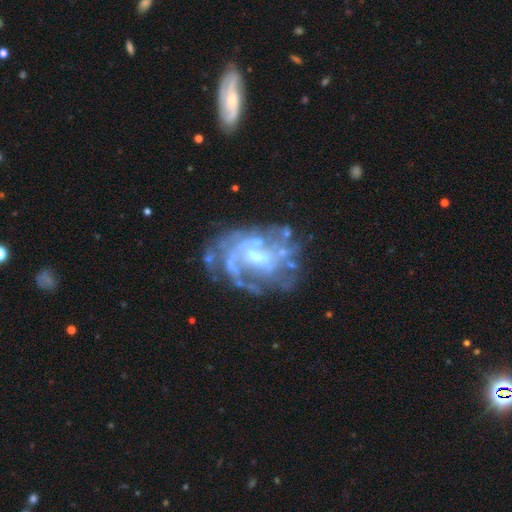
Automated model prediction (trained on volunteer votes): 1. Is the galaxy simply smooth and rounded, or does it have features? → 82% featured or disk, 9% smooth, 8% star or artifact.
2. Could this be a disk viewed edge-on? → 97% no, 3% yes.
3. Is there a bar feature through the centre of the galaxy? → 43% weak, 38% no, 18% strong.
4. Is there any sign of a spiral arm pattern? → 71% yes, 29% no.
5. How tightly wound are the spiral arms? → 43% tight, 37% medium, 20% loose.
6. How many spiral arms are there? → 47% can't tell, 22% 2, 12% 3, 10% 1, 5% 4, 4% more than 4.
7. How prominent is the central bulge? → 48% moderate, 26% small, 16% none, 9% large, 1% dominant.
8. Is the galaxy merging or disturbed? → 49% none, 25% major disturbance, 21% minor disturbance, 6% merger.